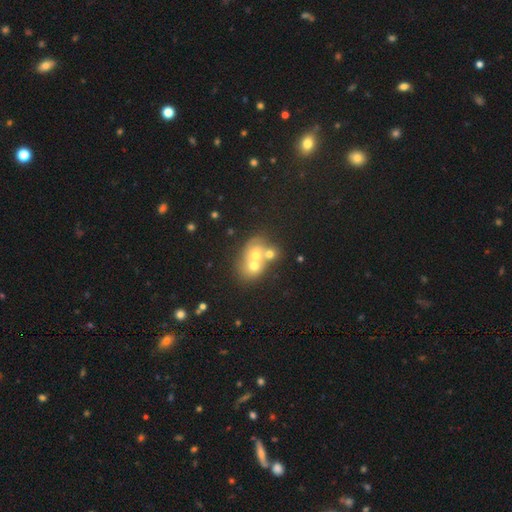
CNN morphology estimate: Smooth or featured?
  - smooth: 51% *
  - featured or disk: 31%
  - star or artifact: 17%
How rounded?
  - round: 57% *
  - in between: 41%
  - cigar-shaped: 1%
Merging?
  - merger: 63% *
  - none: 26%
  - minor disturbance: 7%
  - major disturbance: 4%